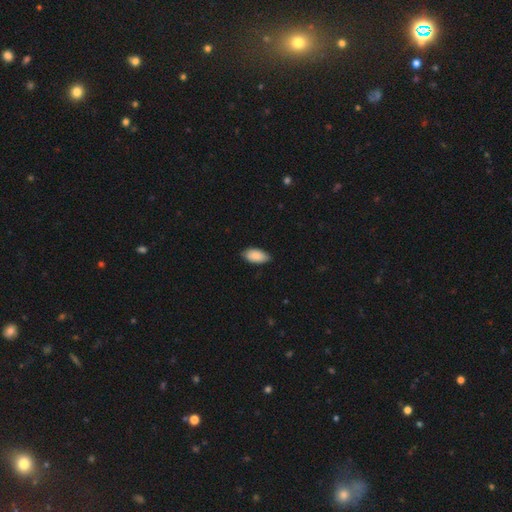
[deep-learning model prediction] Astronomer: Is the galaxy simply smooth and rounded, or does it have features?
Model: smooth — 89%.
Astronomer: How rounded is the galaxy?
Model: in between — 94%.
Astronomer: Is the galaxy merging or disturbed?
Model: none — 82%.